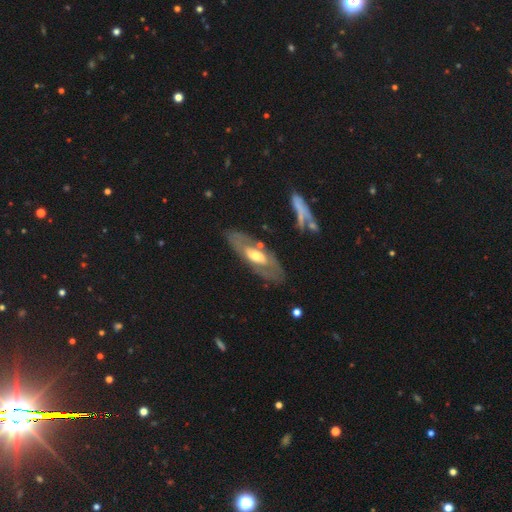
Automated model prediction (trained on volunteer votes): Morphology: type=featured or disk (64%); edge-on=no (78%); bar=no (59%); spiral arms=no (66%); bulge=moderate (63%); merging=none (74%).